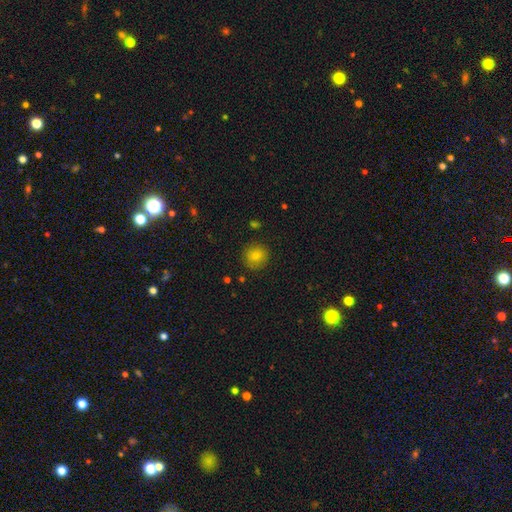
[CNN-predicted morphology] This appears to be a smooth galaxy with no disk features (79%) that is round (93%). Merging: none (89%).